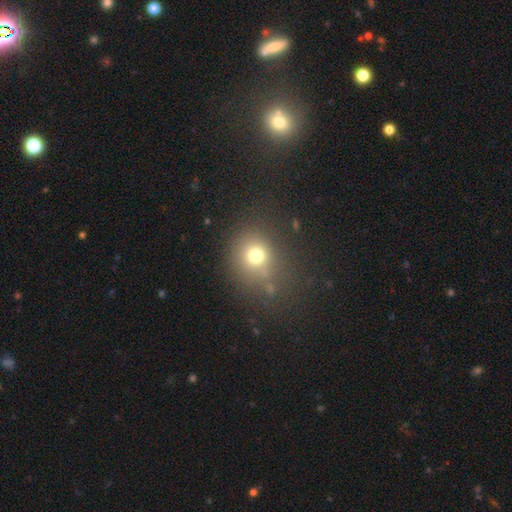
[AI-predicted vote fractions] Smooth or featured?
  - smooth: 73% *
  - star or artifact: 17%
  - featured or disk: 10%
How rounded?
  - round: 80% *
  - in between: 18%
  - cigar-shaped: 1%
Merging?
  - none: 70% *
  - minor disturbance: 15%
  - major disturbance: 10%
  - merger: 6%